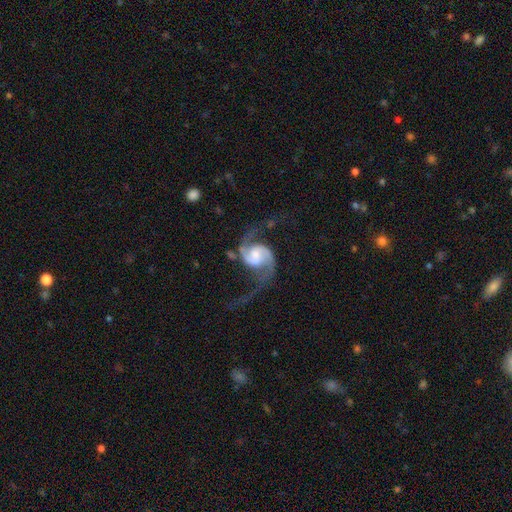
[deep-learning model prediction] smooth_or_featured: featured or disk (p=0.92) [alt: star or artifact p=0.04]
disk_edge_on: no (p=0.98) [alt: yes p=0.02]
bar: no (p=0.45) [alt: weak p=0.42]
has_spiral_arms: yes (p=0.98) [alt: no p=0.02]
spiral_winding: loose (p=0.53) [alt: medium p=0.39]
spiral_arm_count: 2 (p=0.94) [alt: 1 p=0.02]
bulge_size: moderate (p=0.41) [alt: small p=0.27]
merging: none (p=0.57) [alt: major disturbance p=0.24]